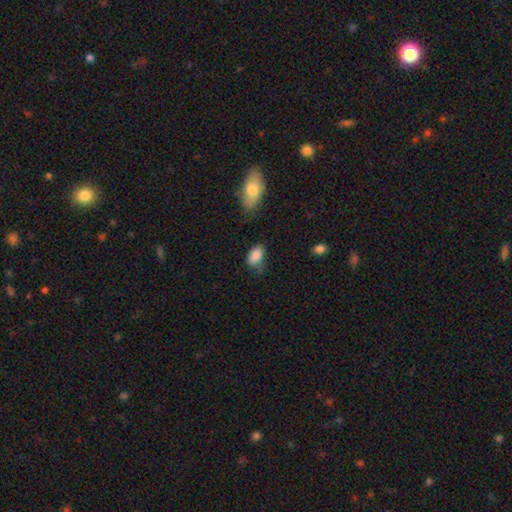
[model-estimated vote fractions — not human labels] Smooth or featured? smooth (86%)
How rounded? in between (90%)
Merging? none (51%)